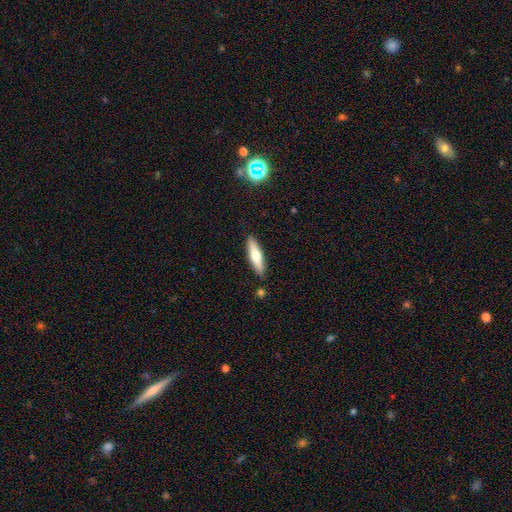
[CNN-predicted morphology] Smooth or featured: smooth — 57% (featured or disk — 38%)
How rounded: cigar-shaped — 72% (in between — 26%)
Merging: none — 88% (minor disturbance — 8%)